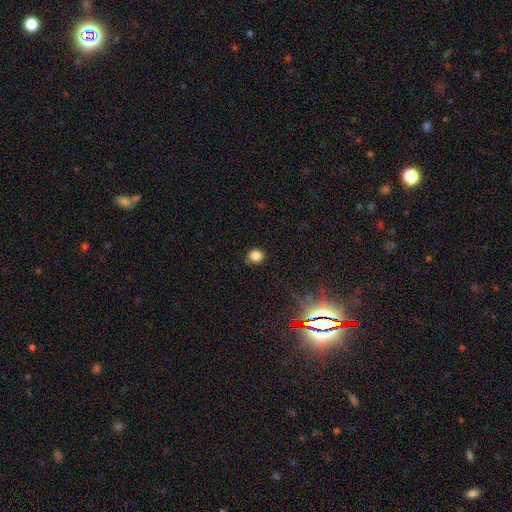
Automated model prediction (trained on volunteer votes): This appears to be a smooth galaxy with no disk features (81%) that is round (72%). Merging: none (76%).